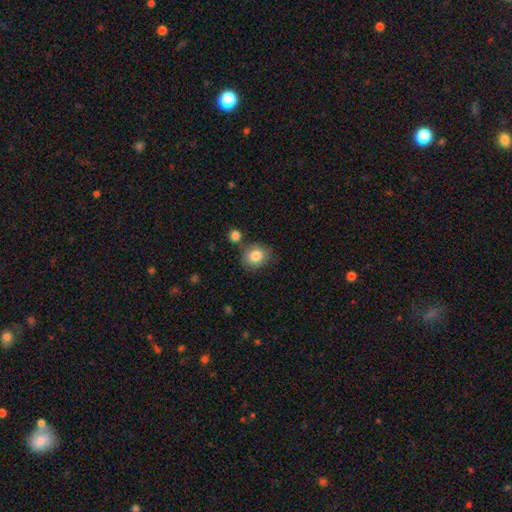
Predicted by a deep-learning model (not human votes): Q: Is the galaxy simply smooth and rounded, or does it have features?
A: smooth — 83%.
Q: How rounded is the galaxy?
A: round — 73%.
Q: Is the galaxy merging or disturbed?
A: none — 73%.